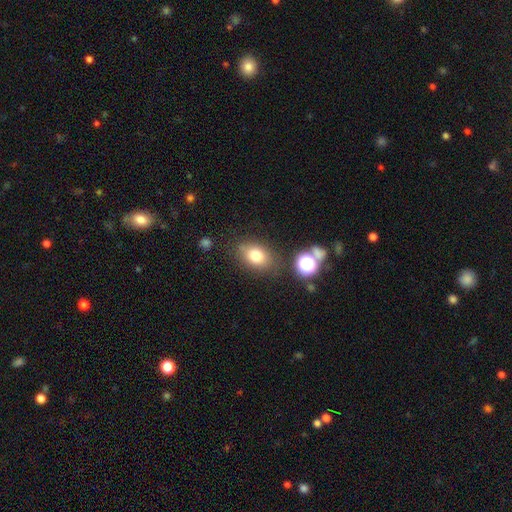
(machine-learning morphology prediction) smooth_or_featured: smooth (p=0.77) [alt: star or artifact p=0.12]
how_rounded: in between (p=0.72) [alt: round p=0.26]
merging: none (p=0.77) [alt: minor disturbance p=0.14]